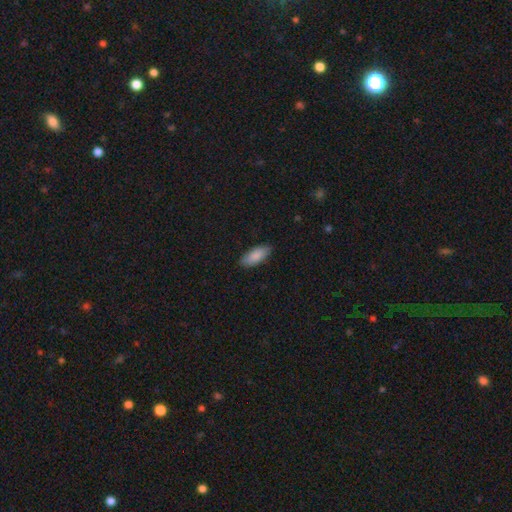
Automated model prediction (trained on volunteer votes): smooth_or_featured: smooth (p=0.88) [alt: featured or disk p=0.07]
how_rounded: in between (p=0.84) [alt: cigar-shaped p=0.14]
merging: none (p=0.86) [alt: minor disturbance p=0.11]